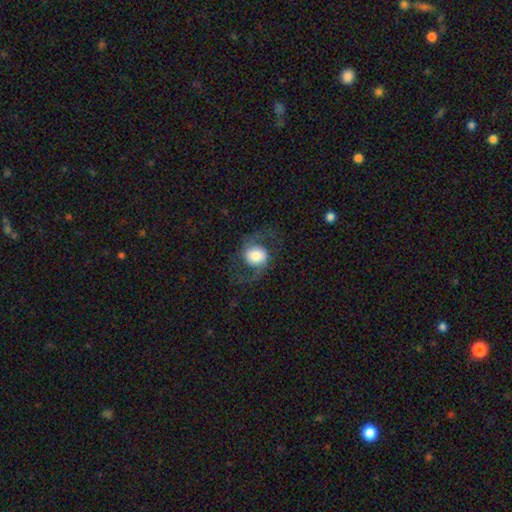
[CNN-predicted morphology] This appears to be a featured or disk galaxy (65%) with no bar (65%), 2 (92%) loose (51%) spiral arms (89%) and a large central bulge (36%). Merging: none (71%).